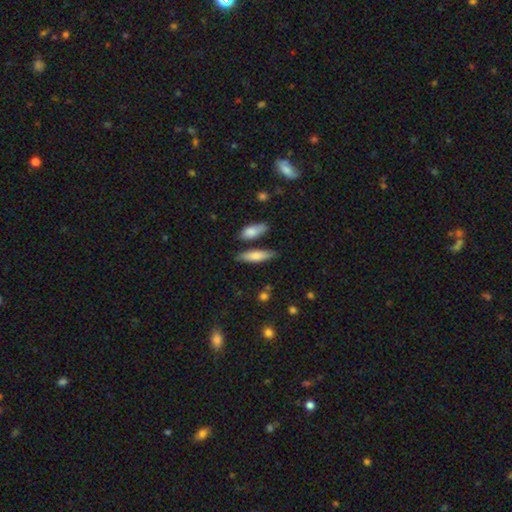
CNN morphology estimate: smooth-or-featured: smooth: 75% | featured or disk: 19% | star or artifact: 6%
  how-rounded: cigar-shaped: 61% | in between: 37% | round: 2%
  merging: none: 75% | minor disturbance: 13% | merger: 8% | major disturbance: 3%